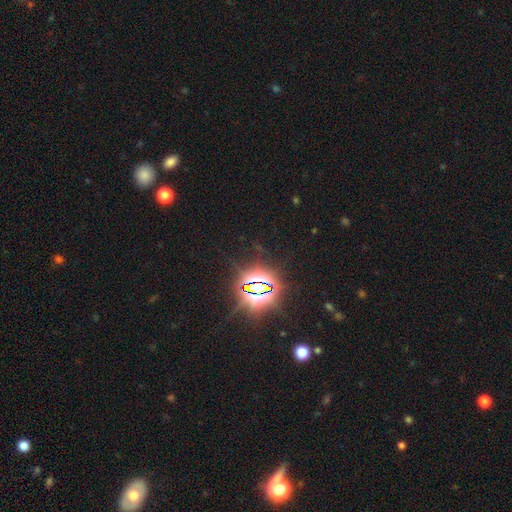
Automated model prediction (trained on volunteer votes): A star or artifact, not a galaxy (83%).

Vote fractions:
- Smooth or featured? star or artifact: 83% / smooth: 11% / featured or disk: 6%